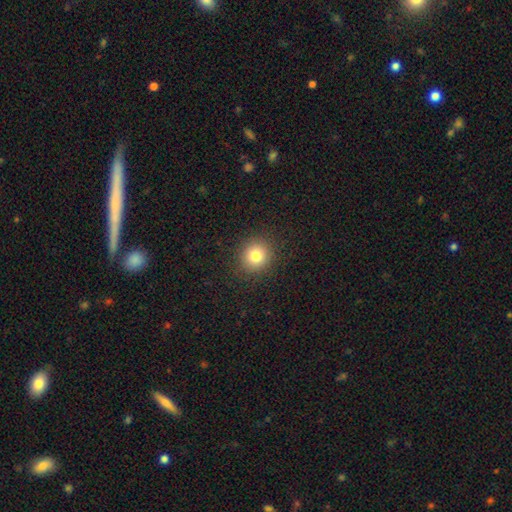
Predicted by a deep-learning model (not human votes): This is likely a smooth galaxy (80%). How rounded: clearly round (87%). Merging: clearly none (90%).